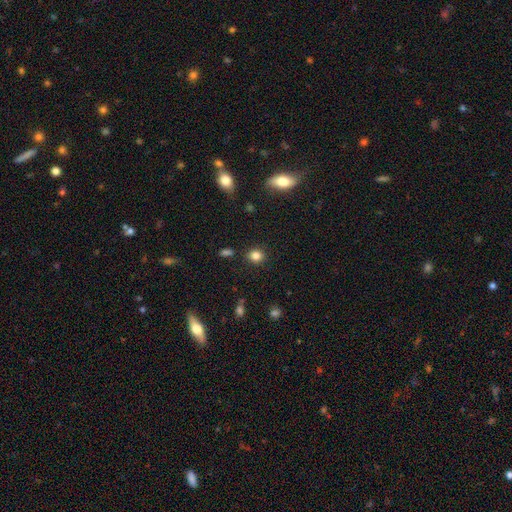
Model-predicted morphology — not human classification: Smooth or featured? Predicted: smooth (p=0.83). How rounded? Predicted: round (p=0.70). Merging? Predicted: none (p=0.87).